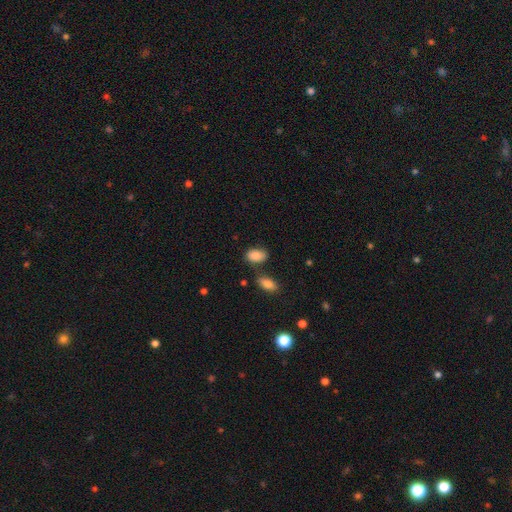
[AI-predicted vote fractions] smooth_or_featured: smooth (p=0.86) [alt: star or artifact p=0.08]
how_rounded: in between (p=0.90) [alt: round p=0.08]
merging: none (p=0.68) [alt: minor disturbance p=0.16]